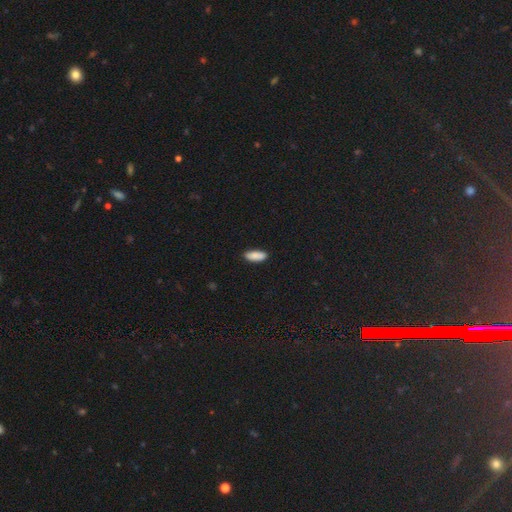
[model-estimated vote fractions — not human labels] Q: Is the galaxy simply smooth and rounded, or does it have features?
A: smooth — 89%.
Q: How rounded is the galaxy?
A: in between — 74%.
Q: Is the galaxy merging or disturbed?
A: none — 87%.